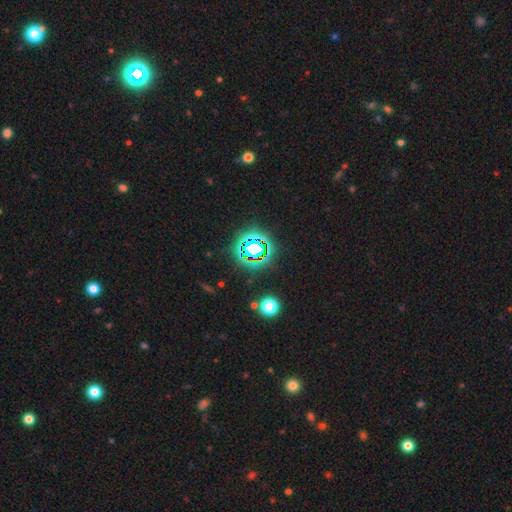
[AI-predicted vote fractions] smooth-or-featured: star or artifact: 79% | smooth: 14% | featured or disk: 7%